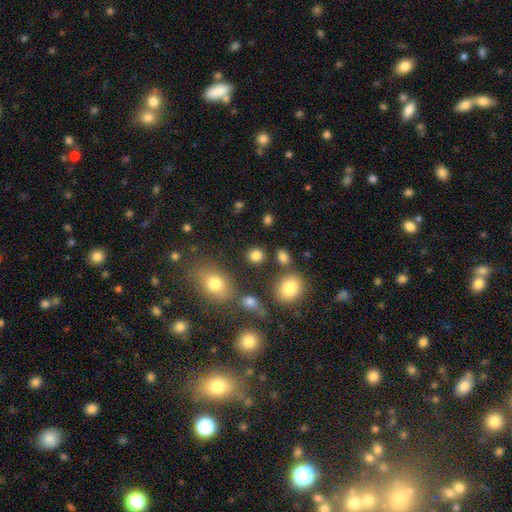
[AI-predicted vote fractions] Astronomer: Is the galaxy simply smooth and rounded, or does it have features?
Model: smooth — 83%.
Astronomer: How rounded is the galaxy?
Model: round — 74%.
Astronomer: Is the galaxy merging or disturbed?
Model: none — 82%.